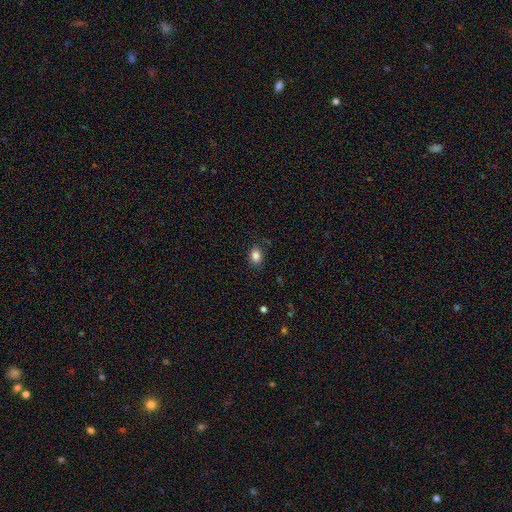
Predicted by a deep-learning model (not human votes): Smooth or featured: smooth — 85% (star or artifact — 10%)
How rounded: in between — 66% (round — 33%)
Merging: none — 83% (minor disturbance — 13%)